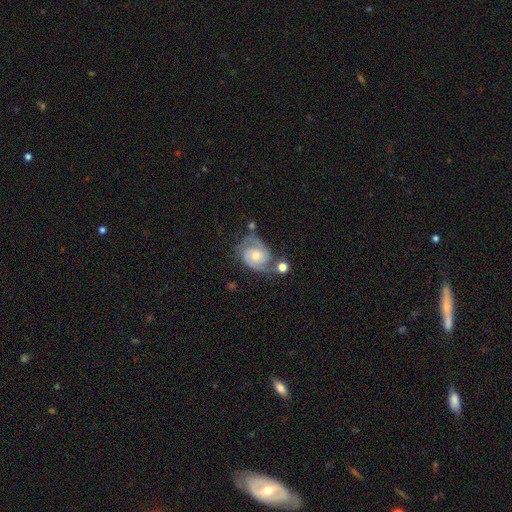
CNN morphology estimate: type=featured or disk (87%); edge-on=no (98%); bar=no (70%); spiral arms=yes (97%); winding=medium (46%); arm count=2 (89%); bulge=moderate (52%); merging=none (57%).